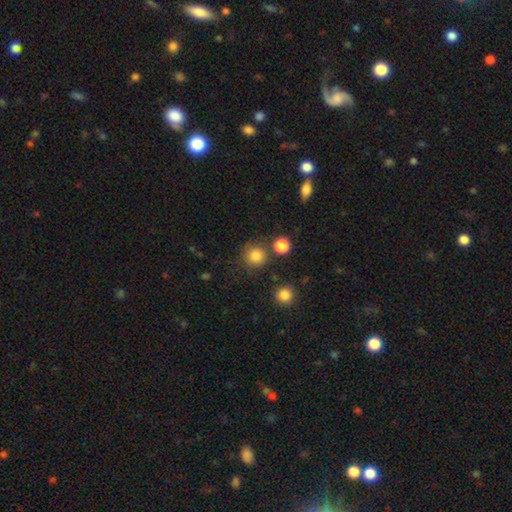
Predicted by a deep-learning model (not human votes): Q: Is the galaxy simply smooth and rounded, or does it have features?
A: smooth — 82%.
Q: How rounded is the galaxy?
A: round — 93%.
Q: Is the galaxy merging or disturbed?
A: none — 78%.